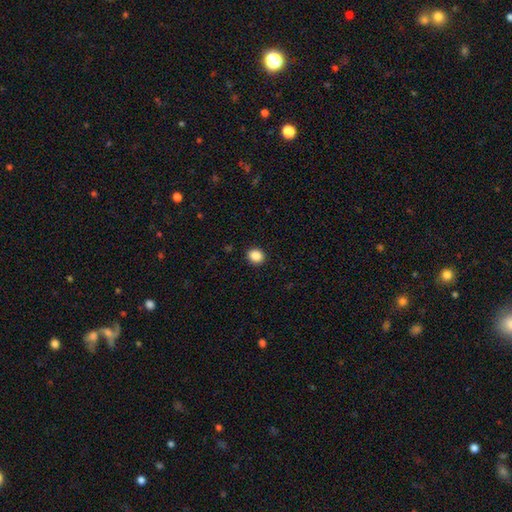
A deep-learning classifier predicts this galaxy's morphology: The model was most divided on "how rounded": round: 67%, in between: 33%, cigar-shaped: 1%. More confident: merging — none (92%); smooth or featured — smooth (87%).